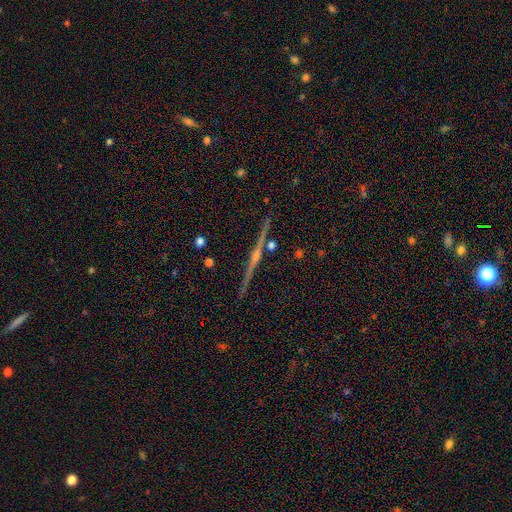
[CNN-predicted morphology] smooth-or-featured: featured or disk: 69% | star or artifact: 19% | smooth: 12%
  disk-edge-on: yes: 96% | no: 4%
    edge-on-bulge: rounded: 71% | none: 20% | boxy: 9%
  merging: none: 90% | minor disturbance: 5% | merger: 2% | major disturbance: 2%